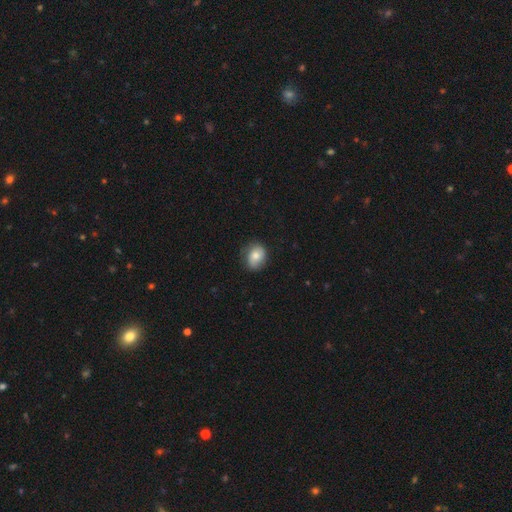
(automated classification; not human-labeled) Q: Smooth or featured?
A: smooth (71%); runner-up: featured or disk (21%)
Q: How rounded?
A: in between (51%); runner-up: round (48%)
Q: Merging?
A: none (74%); runner-up: minor disturbance (20%)